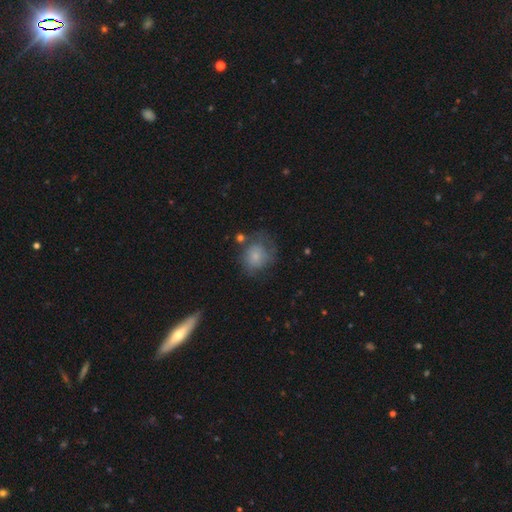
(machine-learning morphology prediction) Smooth or featured? smooth (61%)
How rounded? round (65%)
Merging? none (44%)